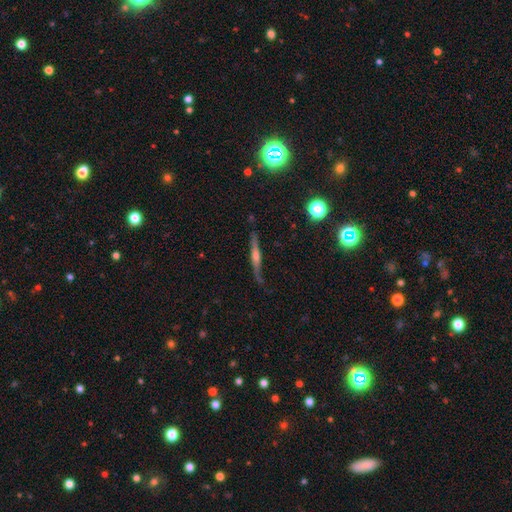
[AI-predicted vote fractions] A featured or disk galaxy (68%) viewed edge-on (95%) with a rounded central bulge (73%).

Vote fractions:
- Smooth or featured? featured or disk: 68% / smooth: 24% / star or artifact: 8%
- Edge-on disk? yes: 95% / no: 5%
- Edge-on bulge? rounded: 73% / none: 16% / boxy: 11%
- Merging? none: 78% / minor disturbance: 16% / major disturbance: 4% / merger: 2%